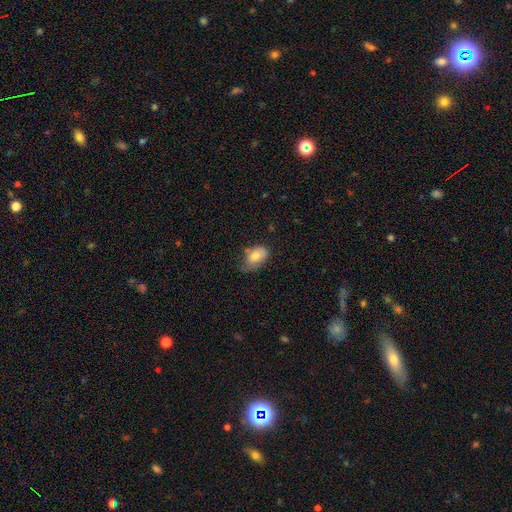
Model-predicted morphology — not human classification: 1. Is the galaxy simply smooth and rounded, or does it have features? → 70% smooth, 23% featured or disk, 7% star or artifact.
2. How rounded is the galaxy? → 84% in between, 15% round, 1% cigar-shaped.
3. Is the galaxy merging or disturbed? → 39% minor disturbance (tied), 39% none (tied), 18% major disturbance, 4% merger.